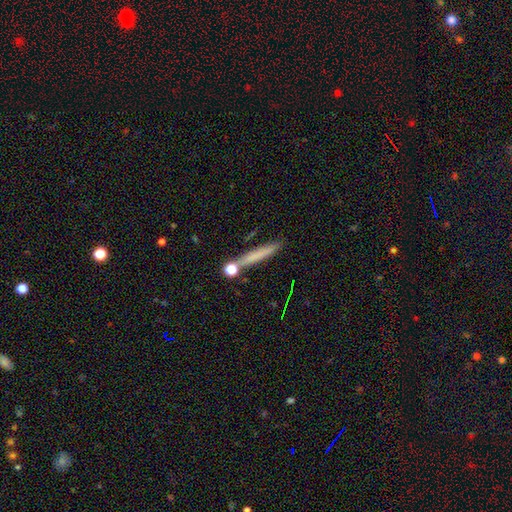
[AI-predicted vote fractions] Smooth or featured?
  - smooth: 64% *
  - featured or disk: 25%
  - star or artifact: 10%
How rounded?
  - cigar-shaped: 92% *
  - in between: 5%
  - round: 4%
Merging?
  - none: 80% *
  - minor disturbance: 10%
  - merger: 7%
  - major disturbance: 3%